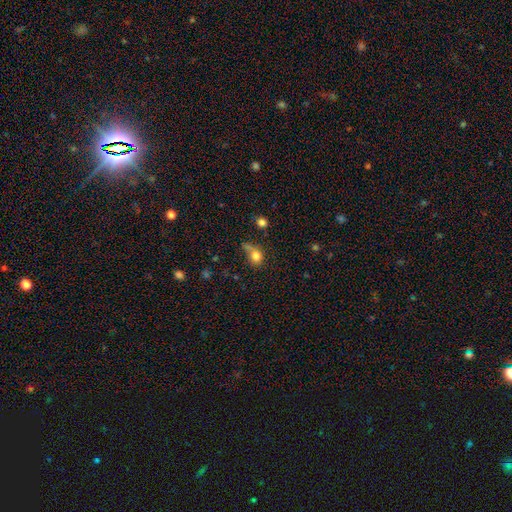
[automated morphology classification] Smooth or featured? smooth (78%)
How rounded? round (64%)
Merging? none (39%)